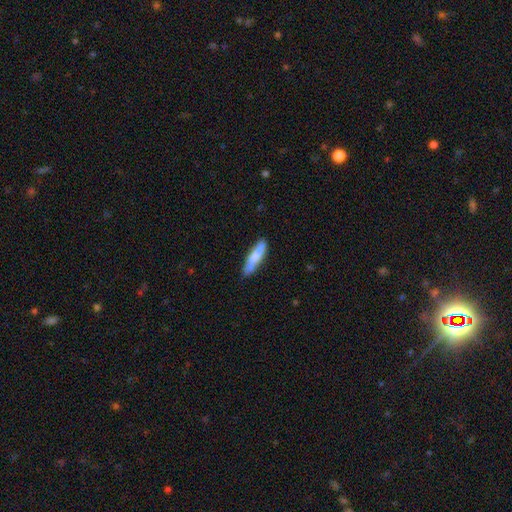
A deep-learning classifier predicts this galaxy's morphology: Overall: smooth (75%). How rounded: cigar-shaped (79%). Merging: none (74%).